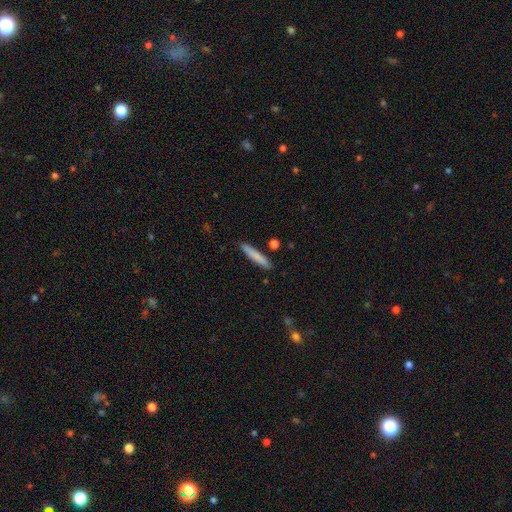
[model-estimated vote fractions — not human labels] smooth_or_featured: smooth (p=0.80) [alt: featured or disk p=0.14]
how_rounded: cigar-shaped (p=0.92) [alt: in between p=0.06]
merging: none (p=0.87) [alt: minor disturbance p=0.09]